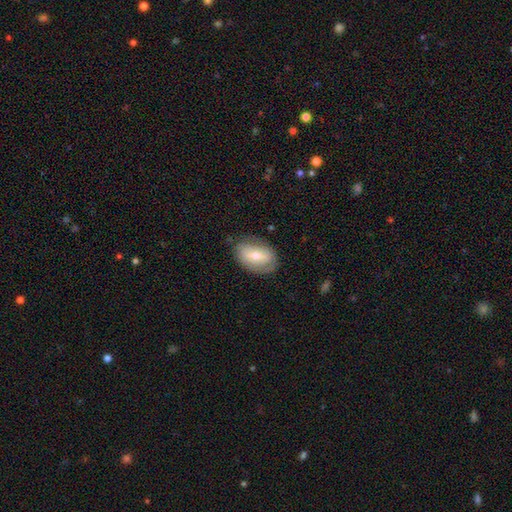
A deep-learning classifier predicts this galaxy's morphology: This appears to be a smooth galaxy with no disk features (53%) that is in between round and cigar-shaped (86%). Merging: none (75%).